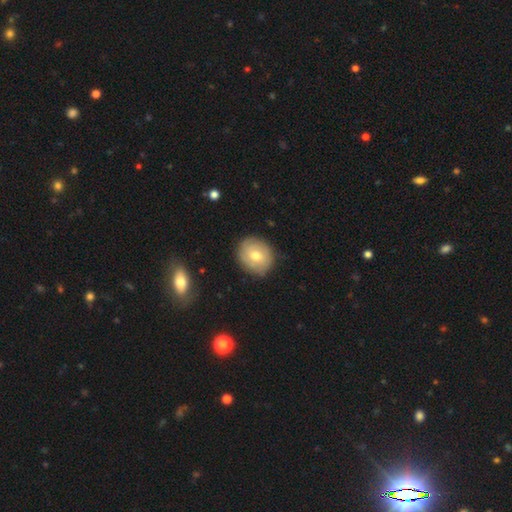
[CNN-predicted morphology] This is possibly a smooth galaxy (59%). How rounded: likely round (69%). Merging: clearly none (83%).